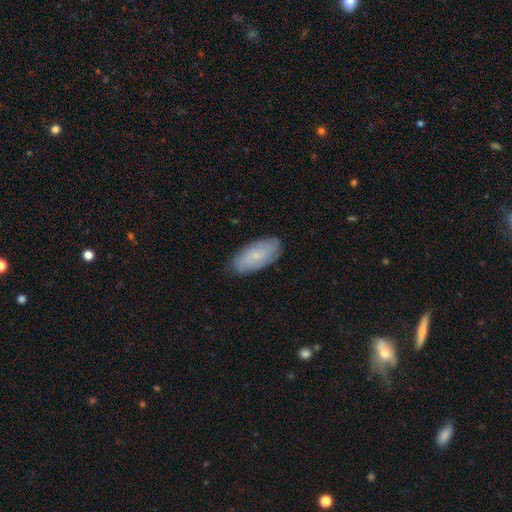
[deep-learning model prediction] The model was most divided on "smooth or featured": smooth: 59%, featured or disk: 34%, star or artifact: 7%. More confident: how rounded — in between (90%); merging — none (82%).